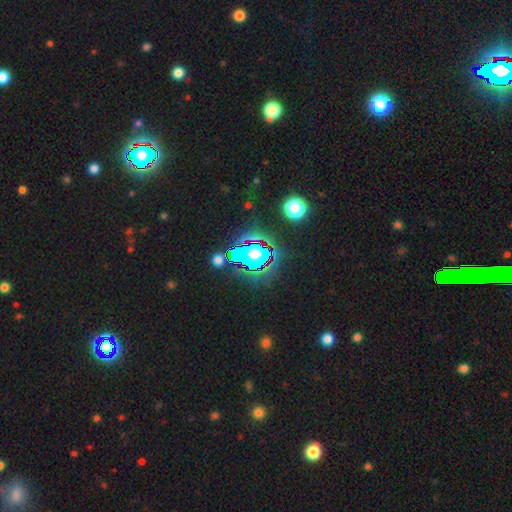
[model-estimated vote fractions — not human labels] star or artifact 78%, smooth 13%, featured or disk 9%.